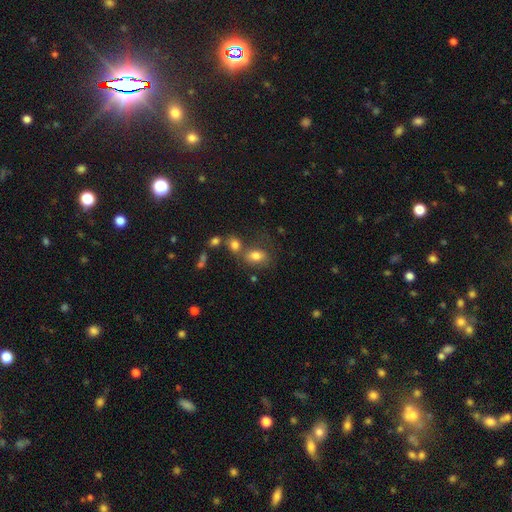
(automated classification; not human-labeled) A smooth galaxy with no disk features (78%) that is in between round and cigar-shaped (74%).

Vote fractions:
- Smooth or featured? smooth: 78% / featured or disk: 11% / star or artifact: 11%
- How rounded? in between: 74% / round: 24% / cigar-shaped: 2%
- Merging? none: 48% / merger: 28% / minor disturbance: 15% / major disturbance: 8%